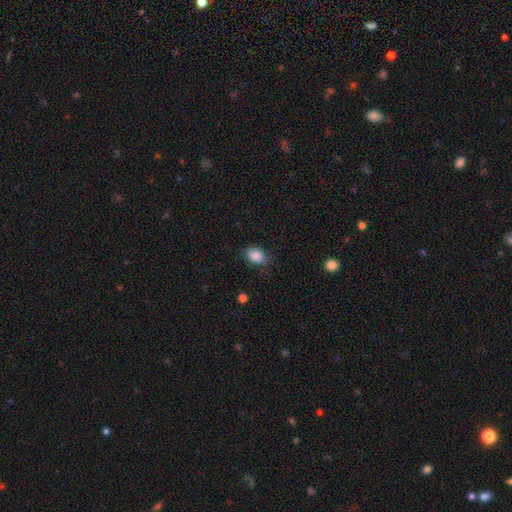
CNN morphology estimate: smooth 88%, star or artifact 8%, featured or disk 4%. Down the decision tree: how rounded — in between (75%); merging — none (78%).